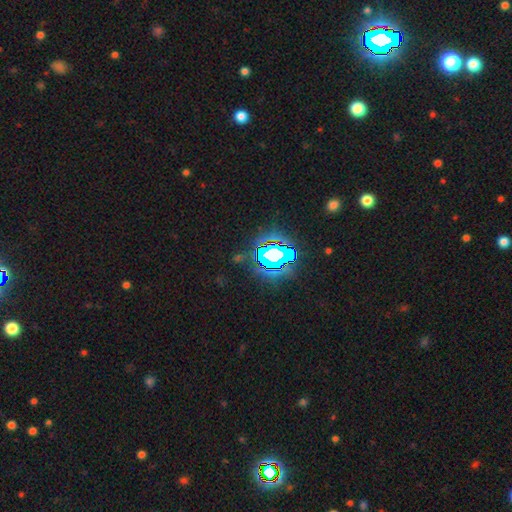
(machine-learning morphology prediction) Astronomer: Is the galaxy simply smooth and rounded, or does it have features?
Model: star or artifact — 84%.